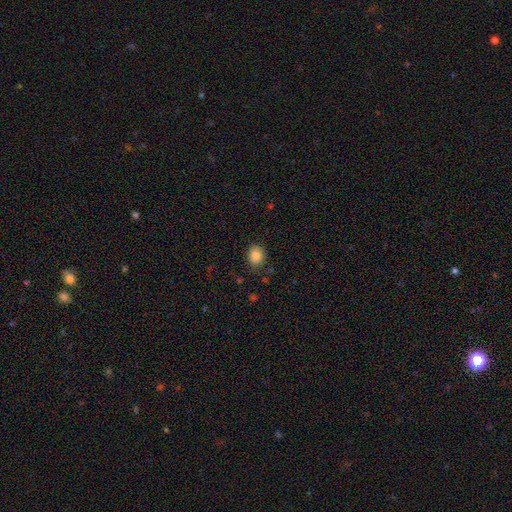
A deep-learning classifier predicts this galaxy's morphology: Smooth or featured? smooth (85%)
How rounded? round (53%)
Merging? none (85%)